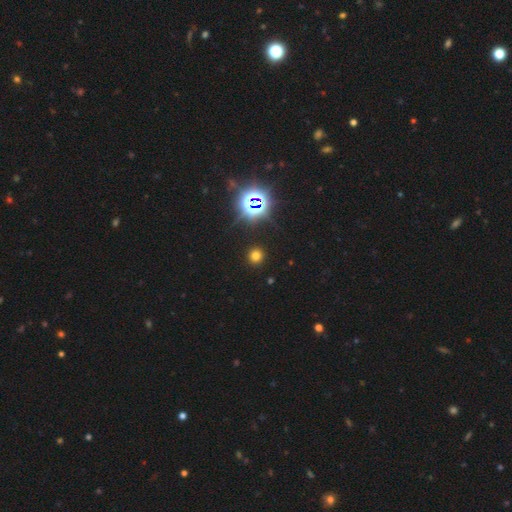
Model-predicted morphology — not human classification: This appears to be a smooth galaxy with no disk features (67%) that is round (92%). Merging: none (91%).